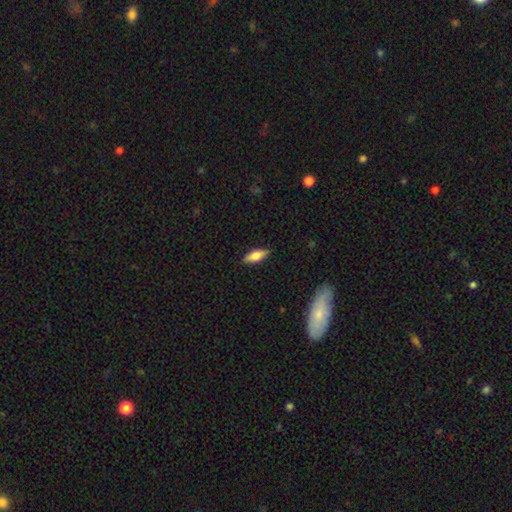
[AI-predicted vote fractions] Smooth or featured: smooth — 66% (featured or disk — 27%)
How rounded: in between — 73% (cigar-shaped — 24%)
Merging: none — 88% (minor disturbance — 9%)